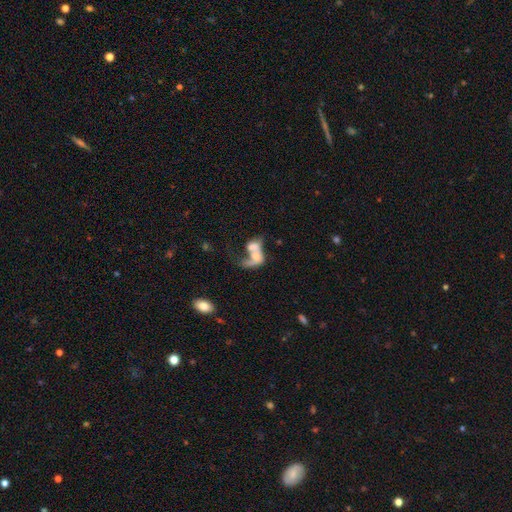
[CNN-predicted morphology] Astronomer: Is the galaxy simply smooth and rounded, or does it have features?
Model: featured or disk — 47% (runner-up: smooth, 43%).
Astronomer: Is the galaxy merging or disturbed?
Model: merger — 71%.